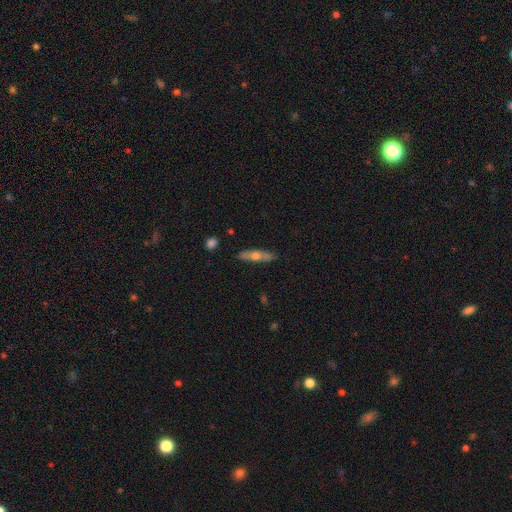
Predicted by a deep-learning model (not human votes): Q: Smooth or featured?
A: featured or disk (48%); runner-up: smooth (46%)
Q: Merging?
A: none (86%); runner-up: minor disturbance (10%)